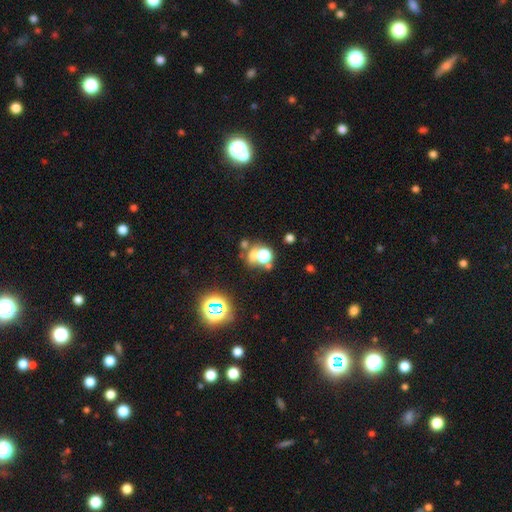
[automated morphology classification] Smooth or featured? Predicted: smooth (p=0.48). Merging? Predicted: none (p=0.48).